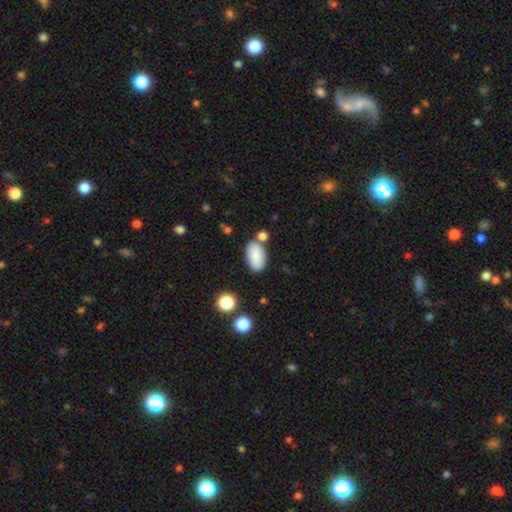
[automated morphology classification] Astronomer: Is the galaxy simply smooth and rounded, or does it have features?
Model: smooth — 83%.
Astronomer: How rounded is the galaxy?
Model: in between — 94%.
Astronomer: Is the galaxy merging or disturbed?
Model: none — 71%.